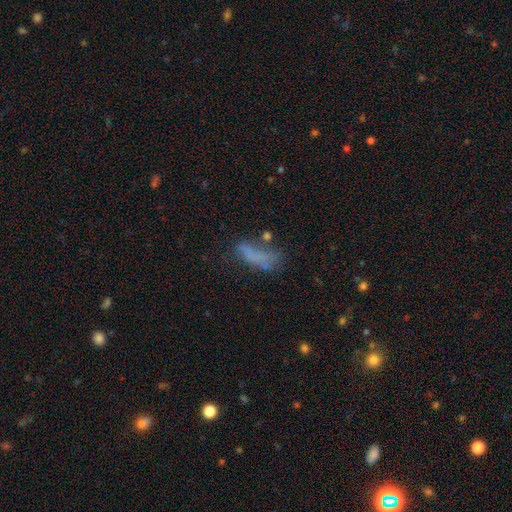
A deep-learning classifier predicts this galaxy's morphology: Smooth or featured? smooth (58%)
How rounded? in between (67%)
Merging? none (36%)